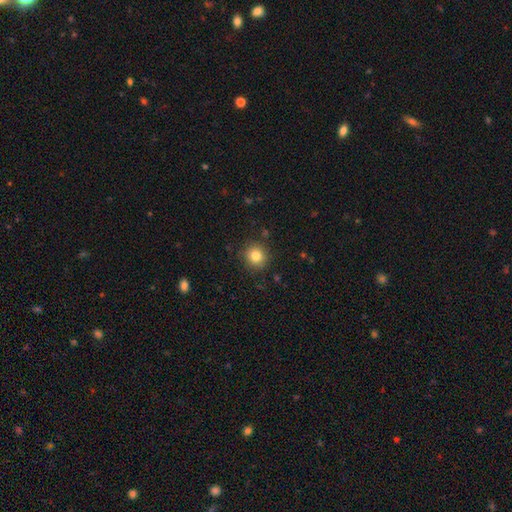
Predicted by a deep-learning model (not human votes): This appears to be a smooth galaxy with no disk features (82%) that is round (92%). Merging: none (88%).